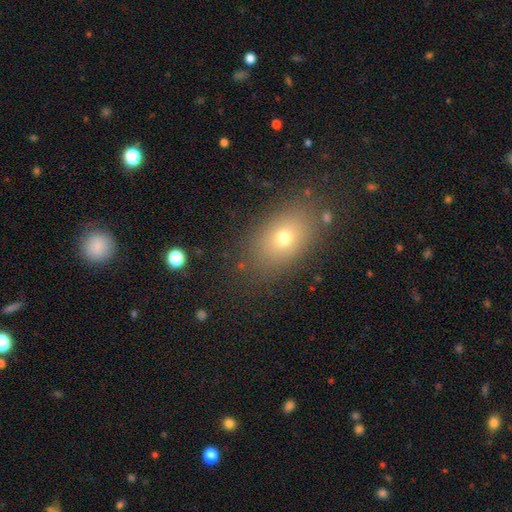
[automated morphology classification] smooth_or_featured: smooth (p=0.64) [alt: star or artifact p=0.23]
how_rounded: in between (p=0.73) [alt: round p=0.24]
merging: none (p=0.86) [alt: minor disturbance p=0.09]